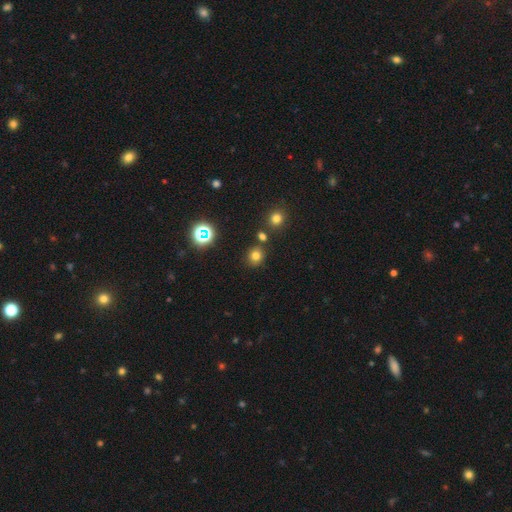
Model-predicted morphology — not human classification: Smooth or featured? Predicted: smooth (p=0.72). How rounded? Predicted: round (p=0.81). Merging? Predicted: none (p=0.79).